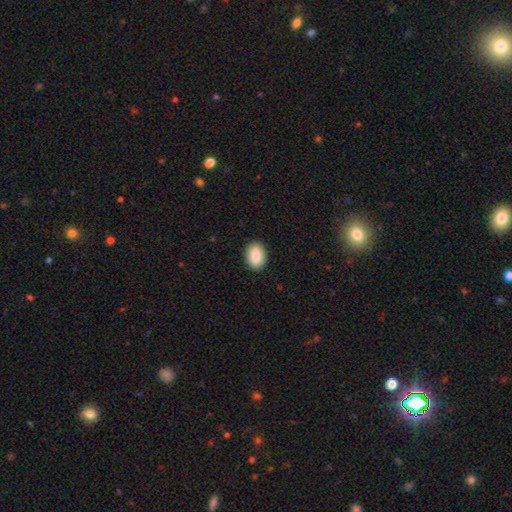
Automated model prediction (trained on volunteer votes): Morphology: type=smooth (88%); roundness=in between (83%); merging=none (90%).